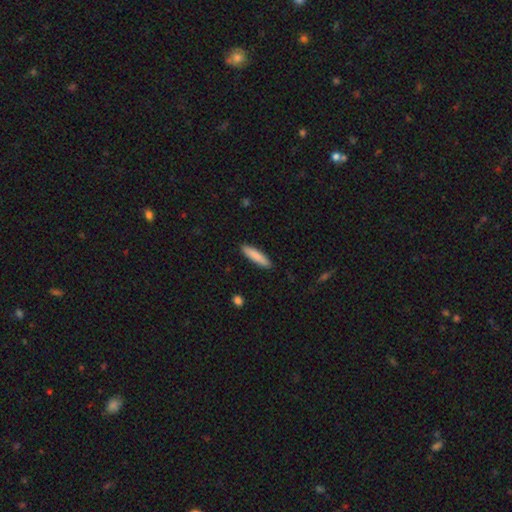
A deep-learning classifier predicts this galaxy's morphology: The model was most divided on "how rounded": cigar-shaped: 79%, in between: 20%, round: 1%. More confident: merging — none (90%); smooth or featured — smooth (86%).